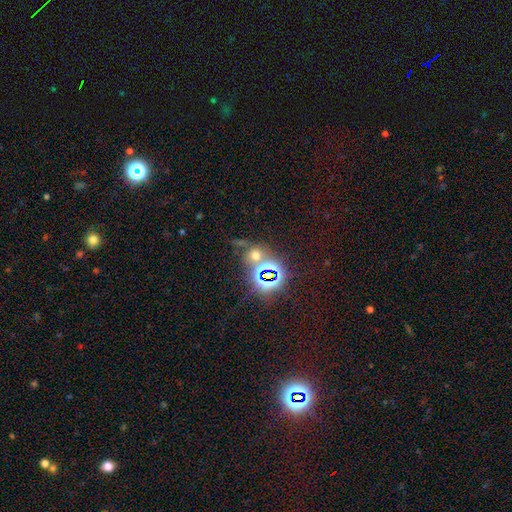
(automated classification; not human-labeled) This is possibly a star or artifact rather than a galaxy (53%).